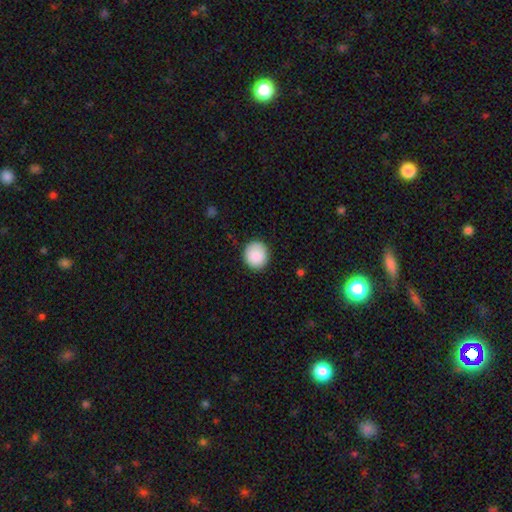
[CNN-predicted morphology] Smooth or featured? Predicted: smooth (p=0.88). How rounded? Predicted: round (p=0.87). Merging? Predicted: none (p=0.89).